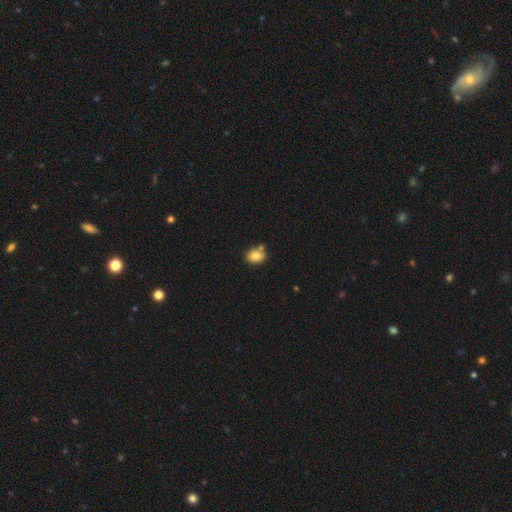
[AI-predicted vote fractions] A smooth galaxy with no disk features (80%) that is round (59%). Merging: none (66%).